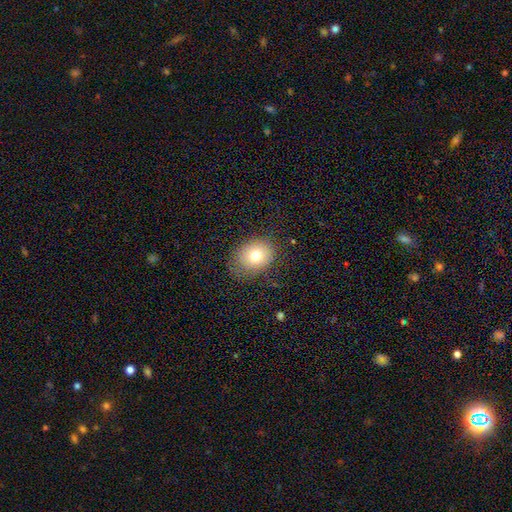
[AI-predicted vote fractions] Q: Smooth or featured?
A: smooth (75%); runner-up: featured or disk (14%)
Q: How rounded?
A: round (50%); tied with: in between (50%)
Q: Merging?
A: none (77%); runner-up: minor disturbance (16%)